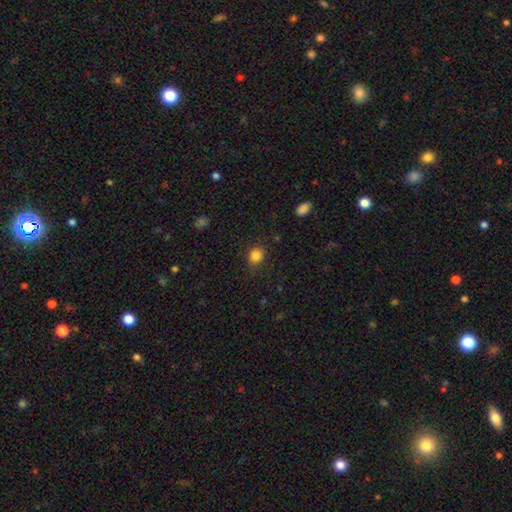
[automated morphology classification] Q: Smooth or featured?
A: smooth (84%); runner-up: star or artifact (12%)
Q: How rounded?
A: round (79%); runner-up: in between (20%)
Q: Merging?
A: none (84%); runner-up: minor disturbance (11%)